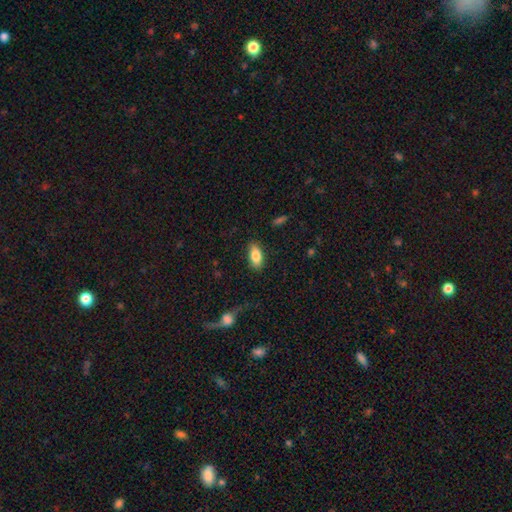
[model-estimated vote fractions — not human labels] The model was most divided on "smooth or featured": smooth: 83%, featured or disk: 10%, star or artifact: 7%. More confident: how rounded — in between (88%); merging — none (85%).